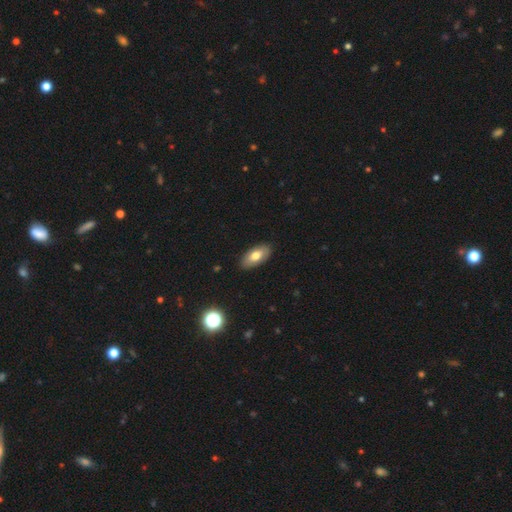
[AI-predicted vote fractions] smooth 71%, featured or disk 22%, star or artifact 7%. Down the decision tree: how rounded — in between (91%); merging — none (87%).